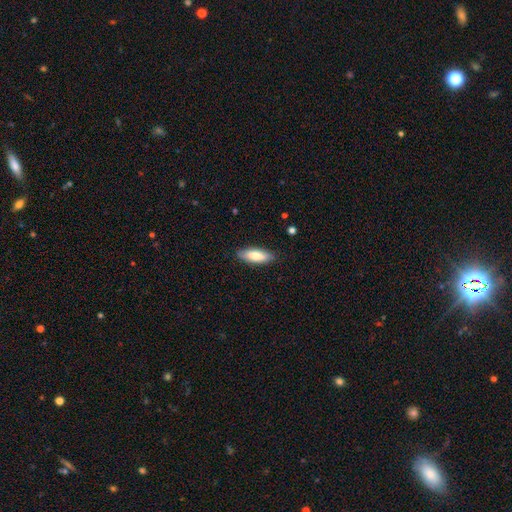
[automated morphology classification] This is likely a smooth galaxy (77%). How rounded: likely in between (67%). Merging: clearly none (85%).